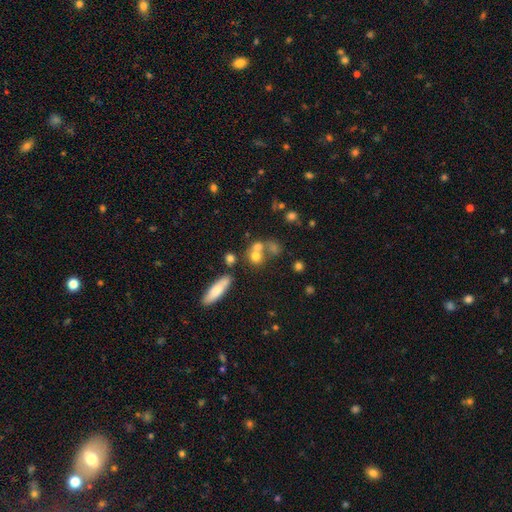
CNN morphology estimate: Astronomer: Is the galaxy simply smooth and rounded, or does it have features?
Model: smooth — 66%.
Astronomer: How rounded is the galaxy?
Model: round — 71%.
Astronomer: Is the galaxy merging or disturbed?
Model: merger — 46% (runner-up: none, 39%).